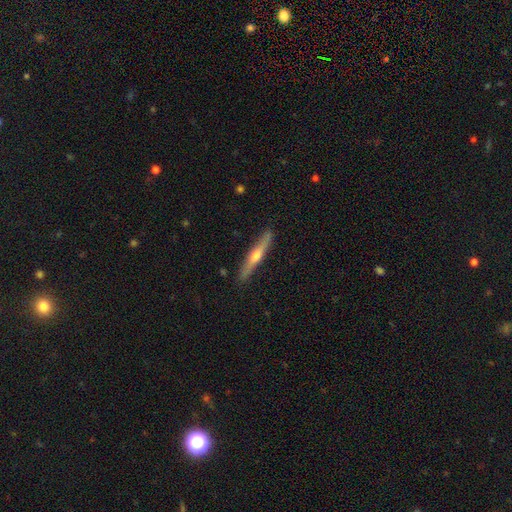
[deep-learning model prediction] Morphology: type=featured or disk (62%); edge-on=yes (96%); edge-on bulge=rounded (87%); merging=none (88%).